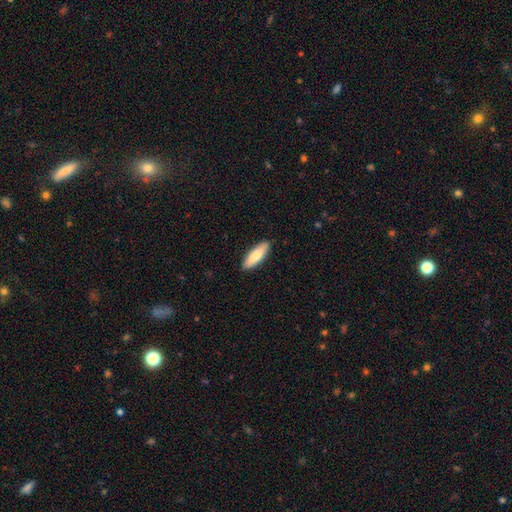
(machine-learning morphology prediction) This is likely a smooth galaxy (80%). How rounded: possibly in between (54%). Merging: clearly none (89%).